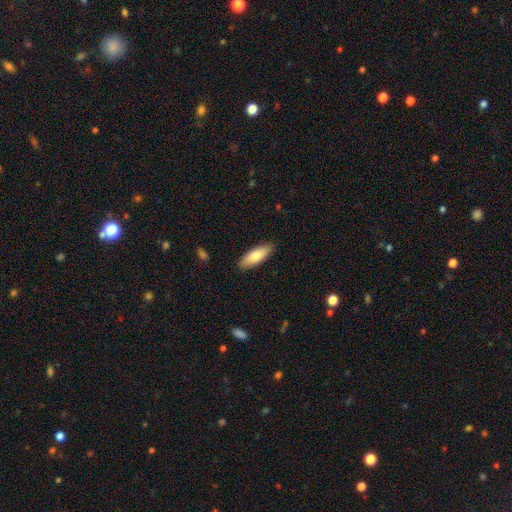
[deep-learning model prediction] smooth_or_featured: smooth (p=0.77) [alt: featured or disk p=0.18]
how_rounded: in between (p=0.61) [alt: cigar-shaped p=0.37]
merging: none (p=0.88) [alt: minor disturbance p=0.09]